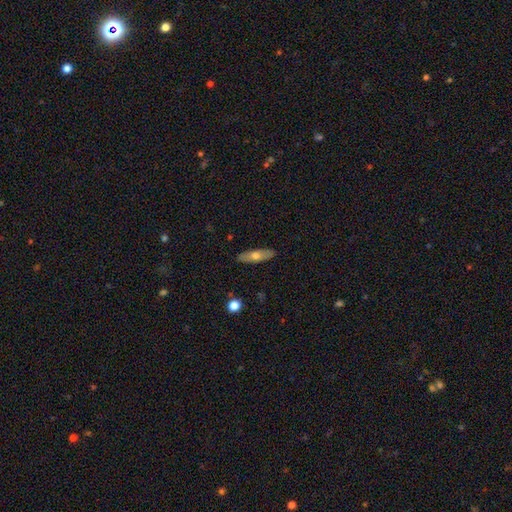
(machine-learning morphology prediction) smooth-or-featured: smooth: 60% | featured or disk: 34% | star or artifact: 6%
  how-rounded: cigar-shaped: 53% | in between: 44% | round: 3%
  merging: none: 88% | minor disturbance: 9% | major disturbance: 2% | merger: 1%